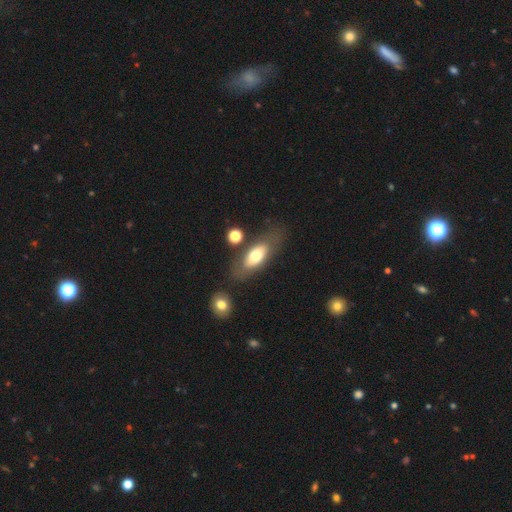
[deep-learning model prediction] A smooth galaxy with no disk features (64%) that is in between round and cigar-shaped (80%).

Vote fractions:
- Smooth or featured? smooth: 64% / featured or disk: 29% / star or artifact: 7%
- How rounded? in between: 80% / cigar-shaped: 16% / round: 4%
- Merging? none: 71% / minor disturbance: 15% / merger: 7% / major disturbance: 7%